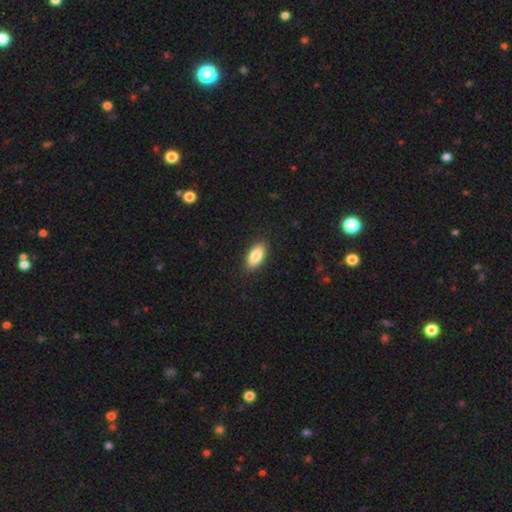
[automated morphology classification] Smooth or featured? smooth (84%)
How rounded? in between (88%)
Merging? none (88%)